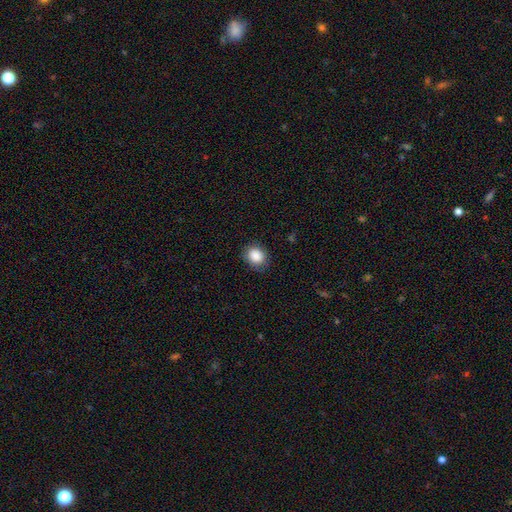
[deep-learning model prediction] The model was most divided on "how rounded": round: 63%, in between: 37%, cigar-shaped: 1%. More confident: smooth or featured — smooth (88%); merging — none (80%).